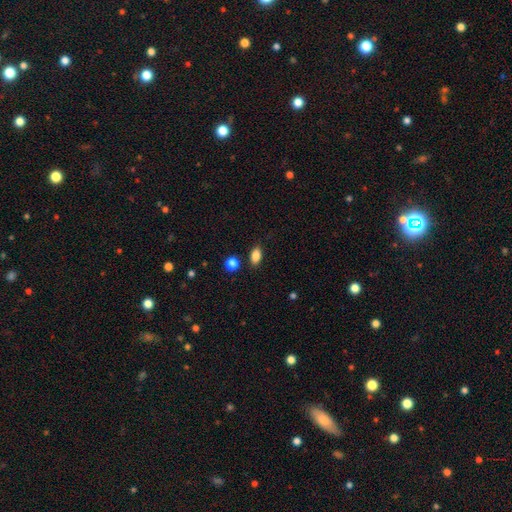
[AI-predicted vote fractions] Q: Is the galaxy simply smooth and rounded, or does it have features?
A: smooth — 86%.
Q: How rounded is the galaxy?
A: in between — 87%.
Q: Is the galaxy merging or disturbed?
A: none — 85%.